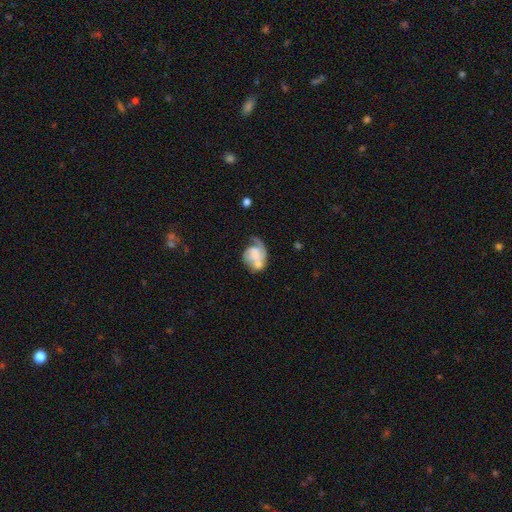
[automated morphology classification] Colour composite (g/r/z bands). It shows a featured or disk galaxy (60%) with no bar (71%), spiral arms (79%) and no central bulge (38%). Merging: merger (28%, tied with none).